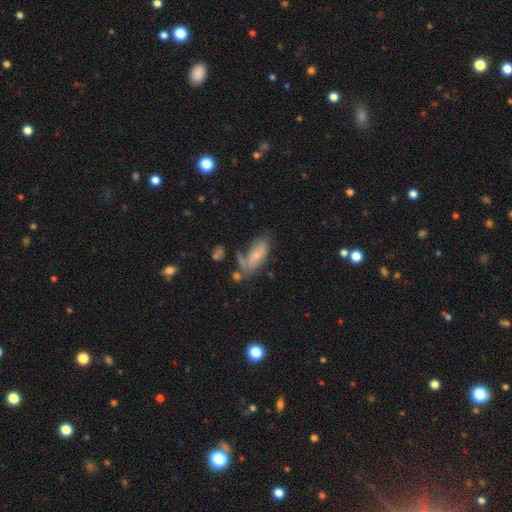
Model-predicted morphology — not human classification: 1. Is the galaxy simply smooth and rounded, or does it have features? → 62% smooth, 28% featured or disk, 10% star or artifact.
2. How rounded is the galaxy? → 82% in between, 15% cigar-shaped, 3% round.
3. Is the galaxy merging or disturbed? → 43% none, 26% minor disturbance, 17% major disturbance, 14% merger.